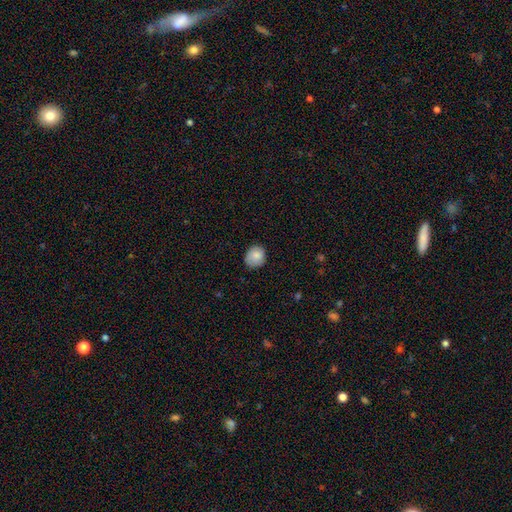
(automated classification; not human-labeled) Morphology: type=smooth (85%); roundness=round (67%); merging=none (77%).